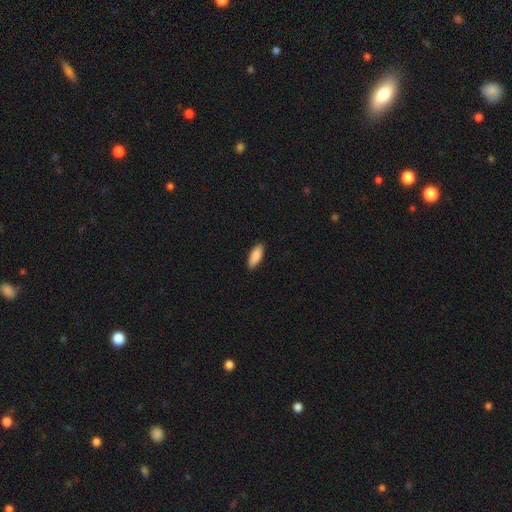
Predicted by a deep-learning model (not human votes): A smooth galaxy with no disk features (89%) that is in between round and cigar-shaped (77%). Merging: none (89%).